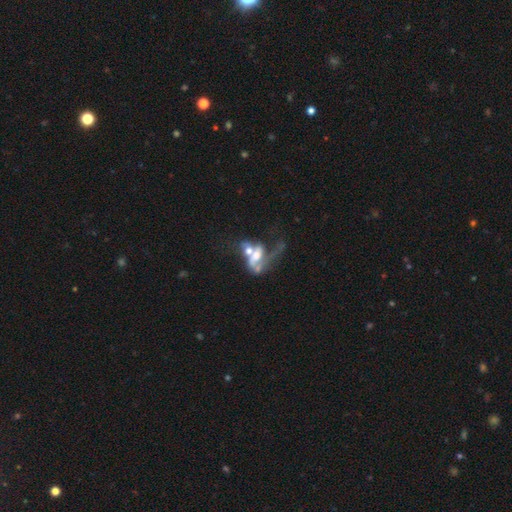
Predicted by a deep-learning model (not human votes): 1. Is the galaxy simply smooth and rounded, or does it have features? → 63% featured or disk, 27% smooth, 10% star or artifact.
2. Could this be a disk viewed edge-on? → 93% no, 7% yes.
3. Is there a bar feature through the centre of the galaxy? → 62% no, 25% weak, 13% strong.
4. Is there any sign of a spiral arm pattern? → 53% yes, 47% no.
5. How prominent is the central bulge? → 48% moderate, 21% large, 16% small, 11% none, 3% dominant.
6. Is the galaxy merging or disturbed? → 59% merger, 25% major disturbance, 10% none, 6% minor disturbance.